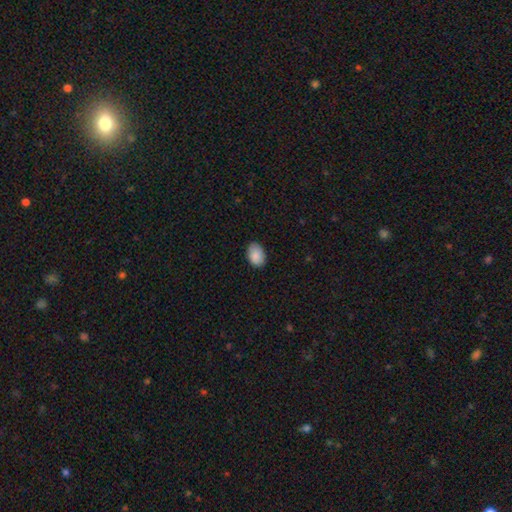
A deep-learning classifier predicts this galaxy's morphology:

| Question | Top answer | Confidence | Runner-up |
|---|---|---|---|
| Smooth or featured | smooth | 89% | star or artifact (7%) |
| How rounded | in between | 84% | round (14%) |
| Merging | none | 84% | minor disturbance (13%) |